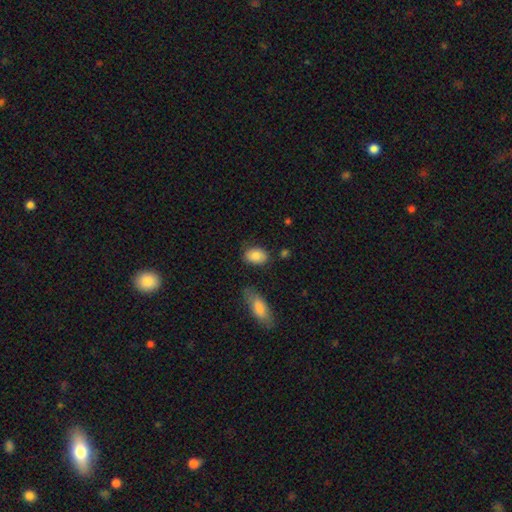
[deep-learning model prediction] Smooth or featured? Predicted: smooth (p=0.84). How rounded? Predicted: in between (p=0.86). Merging? Predicted: none (p=0.75).